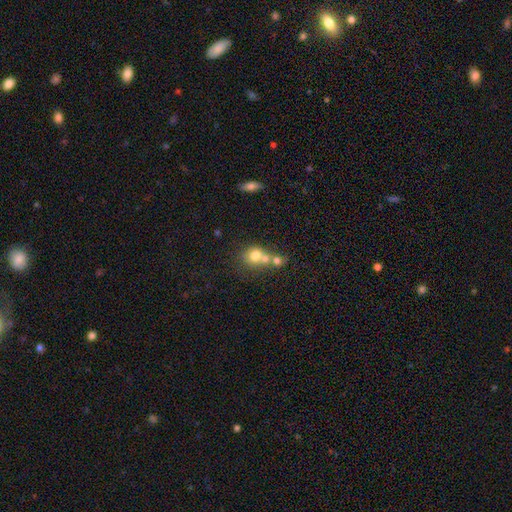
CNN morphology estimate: smooth 71%, featured or disk 17%, star or artifact 11%. Down the decision tree: how rounded — round (76%); merging — merger (58%).